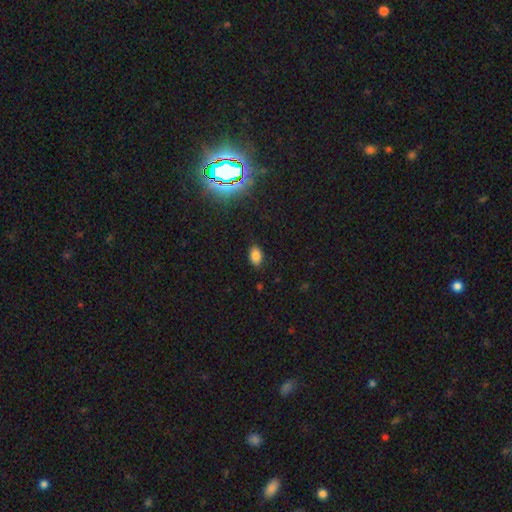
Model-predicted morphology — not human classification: Smooth or featured?
  - smooth: 81% *
  - star or artifact: 13%
  - featured or disk: 6%
How rounded?
  - in between: 88% *
  - round: 10%
  - cigar-shaped: 2%
Merging?
  - none: 85% *
  - minor disturbance: 11%
  - major disturbance: 2%
  - merger: 1%